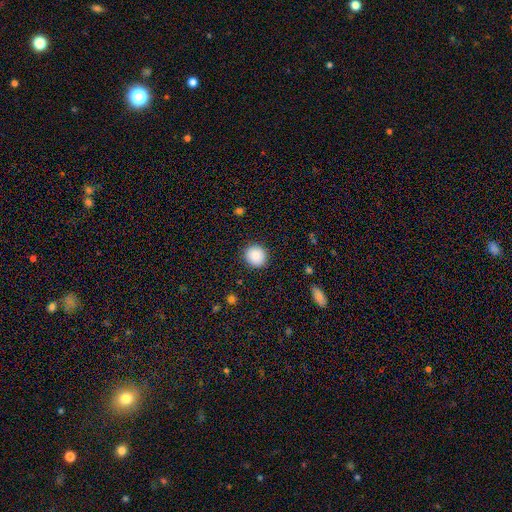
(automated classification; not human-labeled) smooth 87%, star or artifact 8%, featured or disk 4%. Down the decision tree: how rounded — round (89%); merging — none (90%).